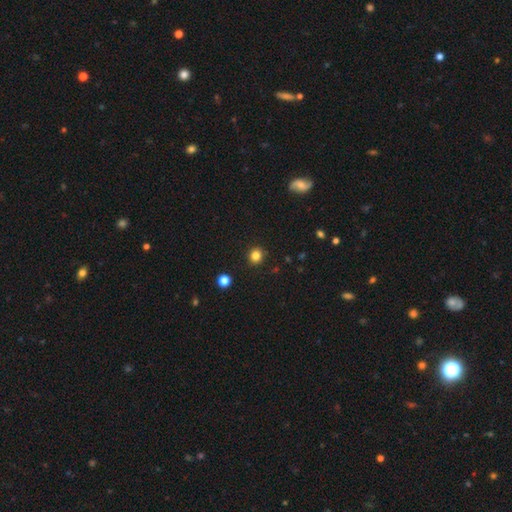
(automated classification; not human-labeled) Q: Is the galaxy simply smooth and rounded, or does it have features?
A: smooth — 83%.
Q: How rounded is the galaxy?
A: round — 90%.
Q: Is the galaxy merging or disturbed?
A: none — 92%.